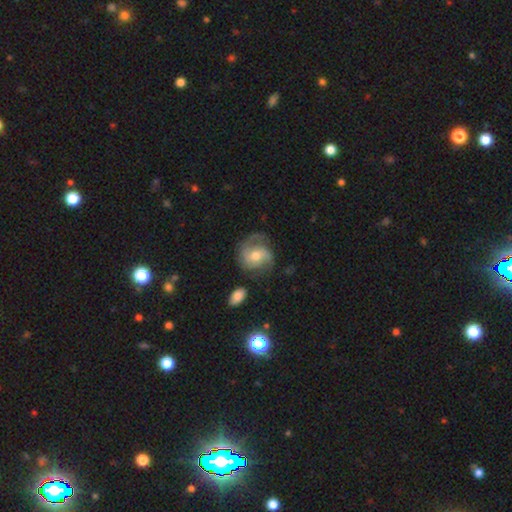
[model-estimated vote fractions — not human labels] smooth_or_featured: featured or disk (p=0.71) [alt: smooth p=0.22]
disk_edge_on: no (p=0.98) [alt: yes p=0.02]
bar: no (p=0.64) [alt: weak p=0.30]
has_spiral_arms: yes (p=0.91) [alt: no p=0.09]
spiral_winding: medium (p=0.45) [alt: tight p=0.29]
spiral_arm_count: 2 (p=0.57) [alt: can't tell p=0.14]
bulge_size: moderate (p=0.65) [alt: small p=0.29]
merging: none (p=0.60) [alt: minor disturbance p=0.23]